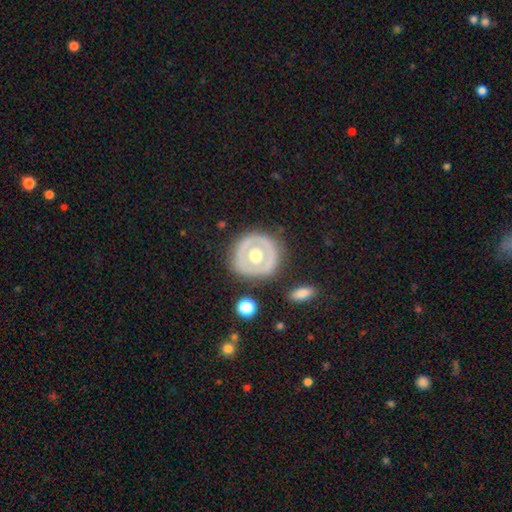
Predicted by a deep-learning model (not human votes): Q: Smooth or featured?
A: featured or disk (56%); runner-up: smooth (38%)
Q: Edge-on disk?
A: no (94%); runner-up: yes (6%)
Q: Bar?
A: no (89%); runner-up: weak (8%)
Q: Spiral arms?
A: no (92%); runner-up: yes (8%)
Q: Bulge size?
A: moderate (70%); runner-up: large (23%)
Q: Merging?
A: none (82%); runner-up: minor disturbance (11%)